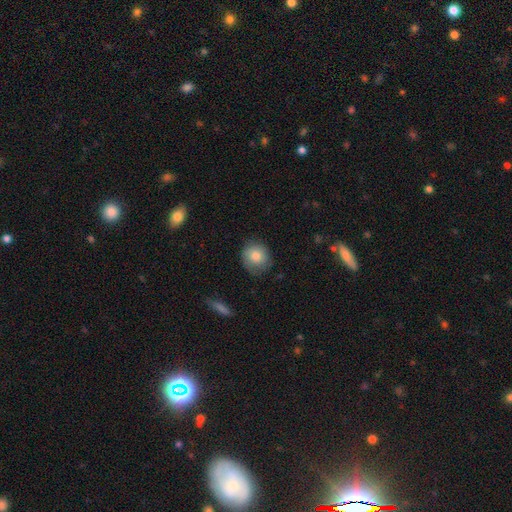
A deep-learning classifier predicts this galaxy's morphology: The model was most divided on "merging": none: 75%, minor disturbance: 20%, major disturbance: 4%, merger: 1%. More confident: how rounded — round (87%); smooth or featured — smooth (80%).